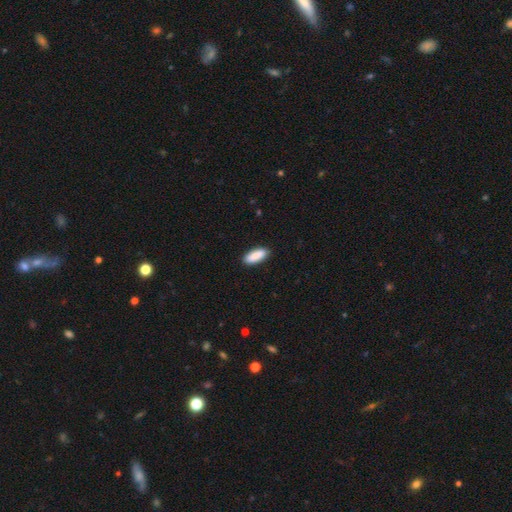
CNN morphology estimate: The model was most divided on "how rounded": in between: 72%, cigar-shaped: 27%, round: 2%. More confident: smooth or featured — smooth (90%); merging — none (90%).